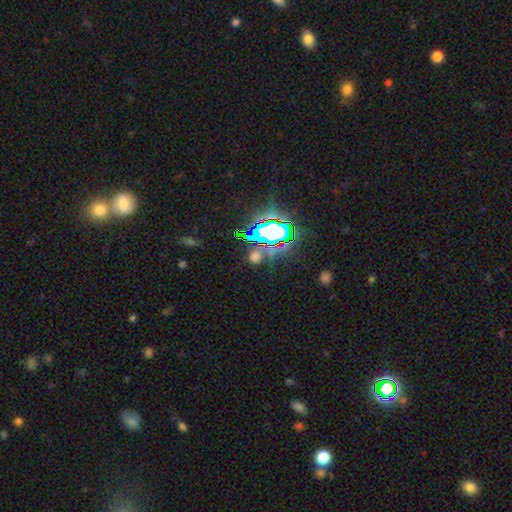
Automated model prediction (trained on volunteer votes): Smooth or featured?
  - star or artifact: 54% *
  - smooth: 36%
  - featured or disk: 9%